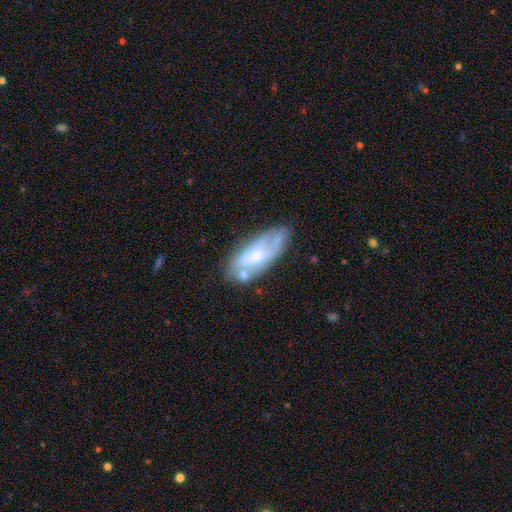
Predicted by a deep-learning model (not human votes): Q: Smooth or featured?
A: featured or disk (59%); runner-up: smooth (35%)
Q: Edge-on disk?
A: no (85%); runner-up: yes (15%)
Q: Bar?
A: no (54%); runner-up: weak (36%)
Q: Spiral arms?
A: yes (56%); runner-up: no (44%)
Q: Bulge size?
A: small (45%); tied with: moderate (45%)
Q: Merging?
A: none (53%); runner-up: minor disturbance (24%)